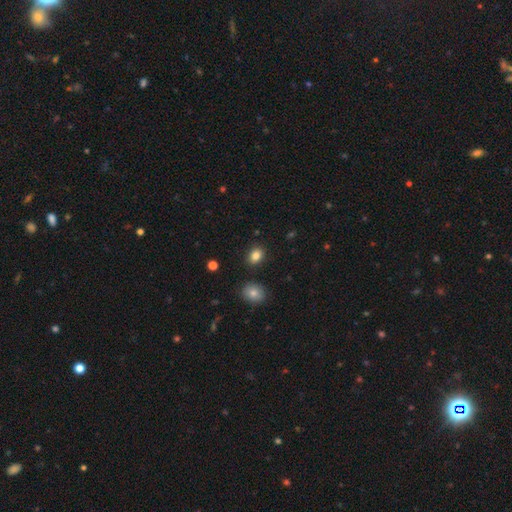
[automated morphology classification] Smooth or featured? smooth (85%)
How rounded? in between (64%)
Merging? none (87%)